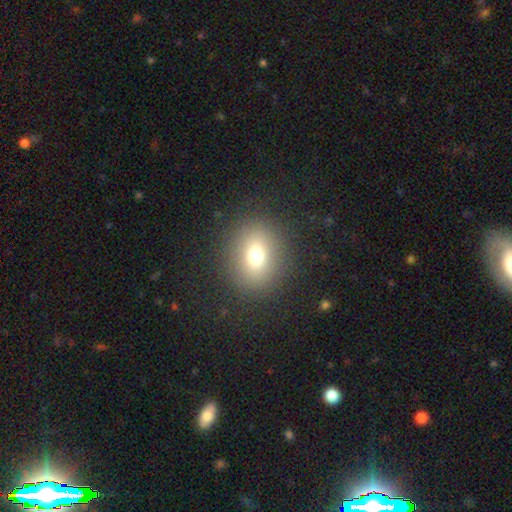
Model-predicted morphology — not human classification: Overall: smooth (73%). How rounded: round (63%; in between 36%). Merging: none (87%).